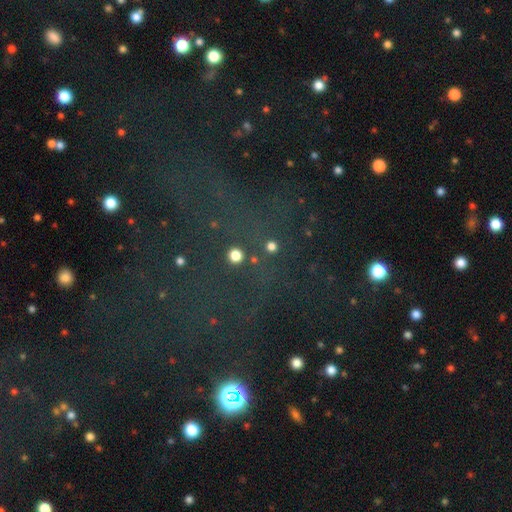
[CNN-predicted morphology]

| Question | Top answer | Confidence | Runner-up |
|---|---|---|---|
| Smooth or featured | star or artifact | 68% | smooth (19%) |